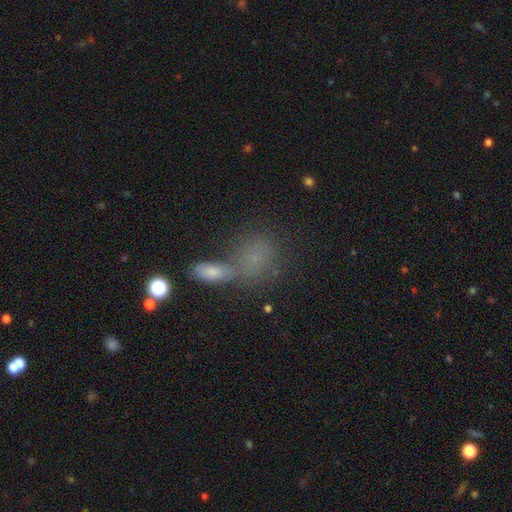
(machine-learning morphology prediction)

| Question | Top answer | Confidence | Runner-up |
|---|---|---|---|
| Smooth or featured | smooth | 64% | star or artifact (20%) |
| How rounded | in between | 51% | round (44%) |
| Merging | merger | 44% | none (32%) |